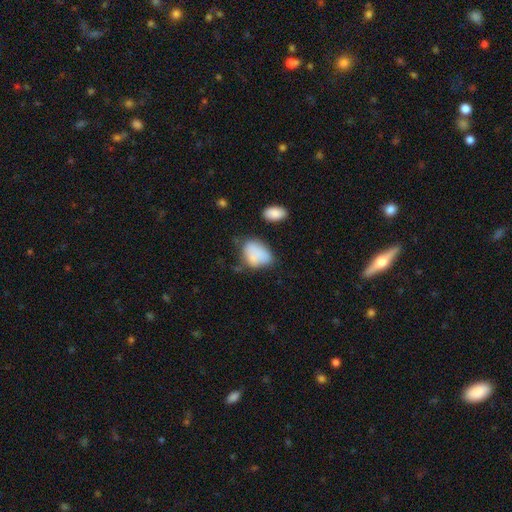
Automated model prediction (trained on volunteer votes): A smooth galaxy with no disk features (80%) that is in between round and cigar-shaped (82%).

Vote fractions:
- Smooth or featured? smooth: 80% / featured or disk: 11% / star or artifact: 9%
- How rounded? in between: 82% / round: 16% / cigar-shaped: 1%
- Merging? none: 41% / minor disturbance: 35% / major disturbance: 15% / merger: 9%